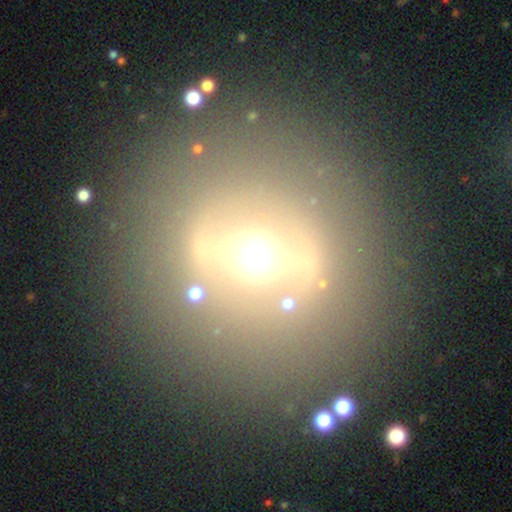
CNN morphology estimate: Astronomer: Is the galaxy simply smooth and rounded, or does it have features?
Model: featured or disk — 43% (runner-up: smooth, 38%).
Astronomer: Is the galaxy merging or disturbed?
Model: none — 76%.